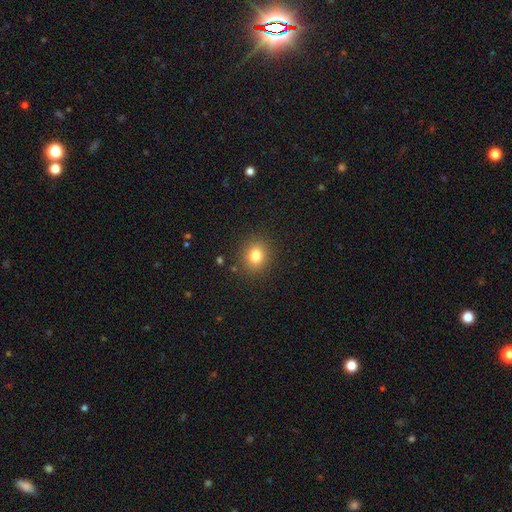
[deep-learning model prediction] This appears to be a smooth galaxy with no disk features (79%) that is round (77%). Merging: none (88%).